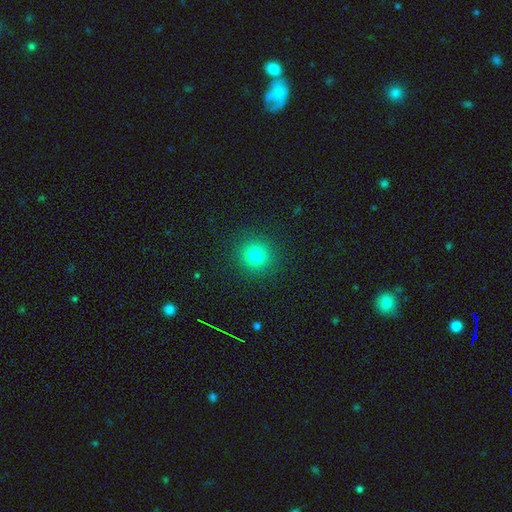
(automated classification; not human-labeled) smooth_or_featured: smooth (p=0.80) [alt: star or artifact p=0.14]
how_rounded: round (p=0.92) [alt: in between p=0.07]
merging: none (p=0.91) [alt: minor disturbance p=0.06]